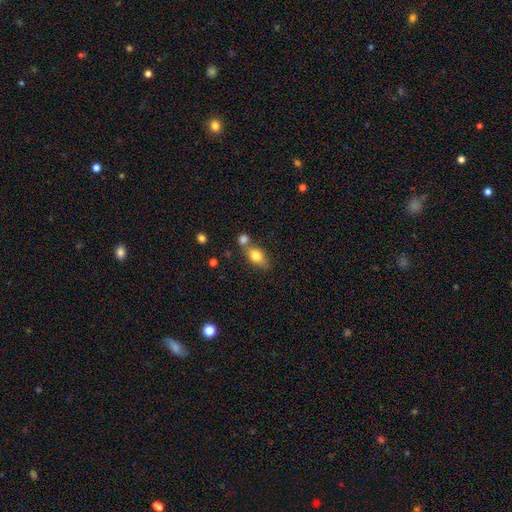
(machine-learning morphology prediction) Smooth or featured? smooth (79%)
How rounded? in between (79%)
Merging? none (45%)